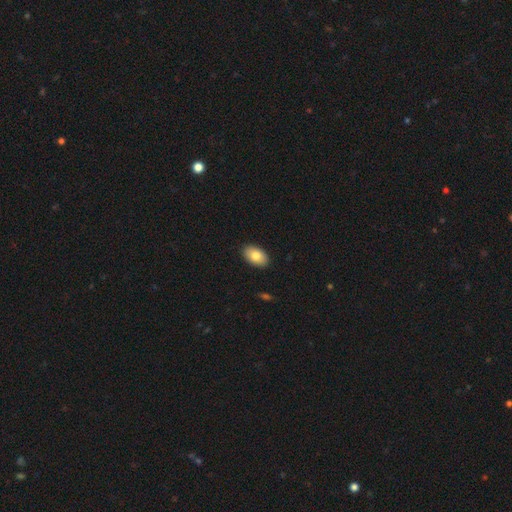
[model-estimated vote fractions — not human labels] Smooth or featured: smooth — 81% (featured or disk — 12%)
How rounded: in between — 93% (round — 6%)
Merging: none — 90% (minor disturbance — 7%)